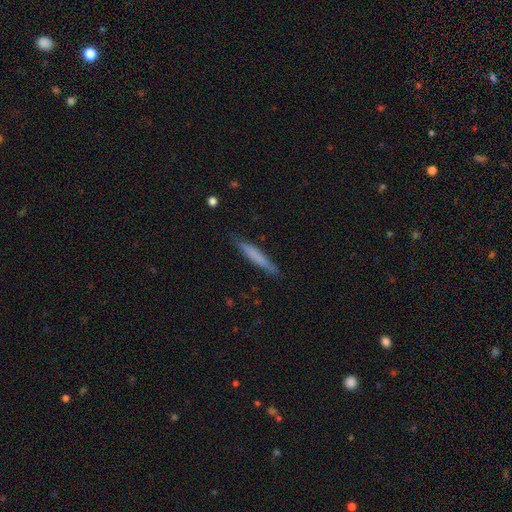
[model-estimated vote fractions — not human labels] smooth 67%, featured or disk 27%, star or artifact 6%. Down the decision tree: how rounded — cigar-shaped (95%); merging — none (86%).